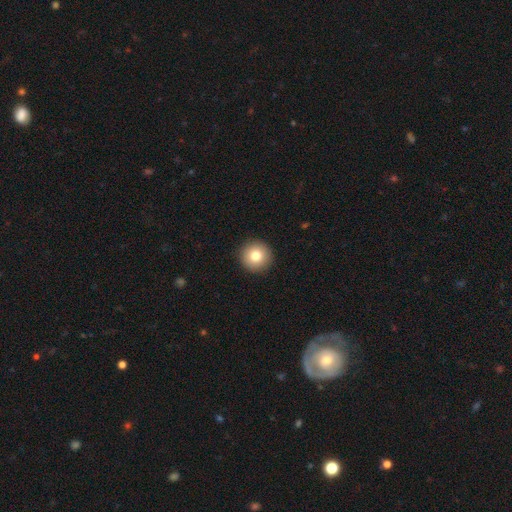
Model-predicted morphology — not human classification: Smooth or featured? Predicted: smooth (p=0.80). How rounded? Predicted: round (p=0.96). Merging? Predicted: none (p=0.93).